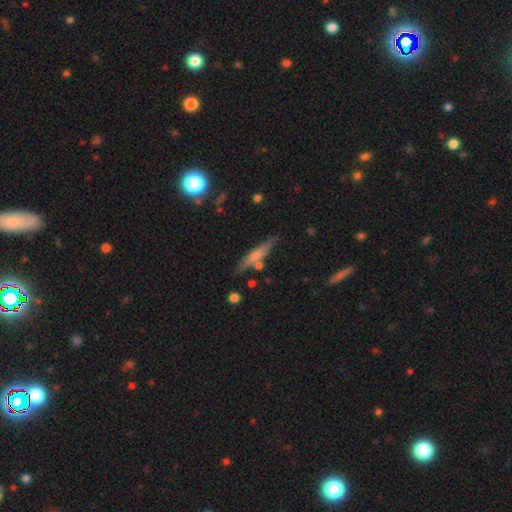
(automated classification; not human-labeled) This is possibly a featured or disk galaxy (52%). It is clearly viewed edge-on (93%). Merging: clearly none (81%).